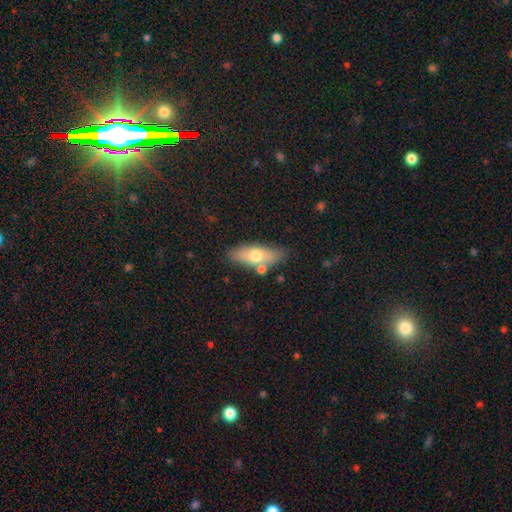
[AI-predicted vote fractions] This is likely a smooth galaxy (61%). How rounded: likely in between (65%). Merging: likely none (74%).